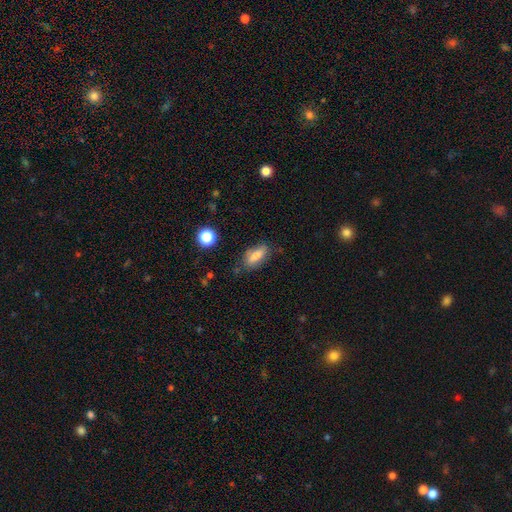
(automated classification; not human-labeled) This is likely a smooth galaxy (69%). How rounded: likely in between (74%). Merging: likely none (74%).